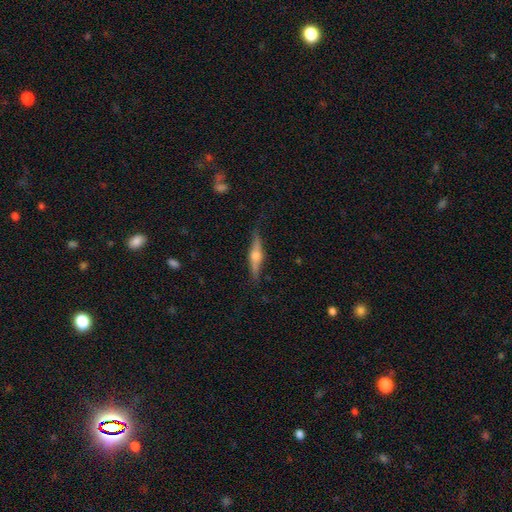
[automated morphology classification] featured or disk 71%, smooth 23%, star or artifact 6%. Down the decision tree: edge-on disk — yes (97%); edge-on bulge — rounded (93%); merging — none (84%).